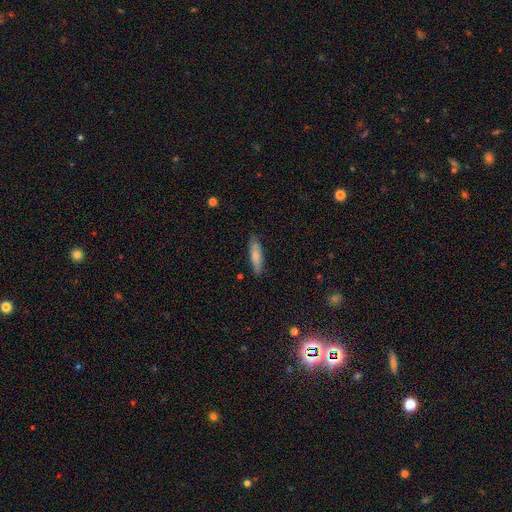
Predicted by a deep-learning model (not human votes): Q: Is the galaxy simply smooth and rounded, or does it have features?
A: smooth — 78%.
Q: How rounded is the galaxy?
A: cigar-shaped — 65%.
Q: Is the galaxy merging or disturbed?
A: none — 82%.